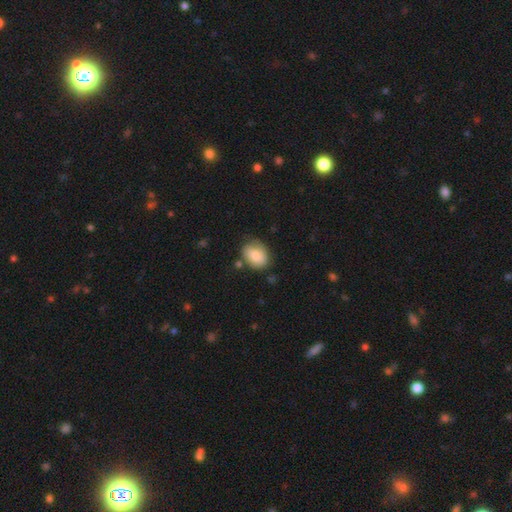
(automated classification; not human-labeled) Smooth or featured? Predicted: smooth (p=0.83). How rounded? Predicted: in between (p=0.68). Merging? Predicted: none (p=0.69).